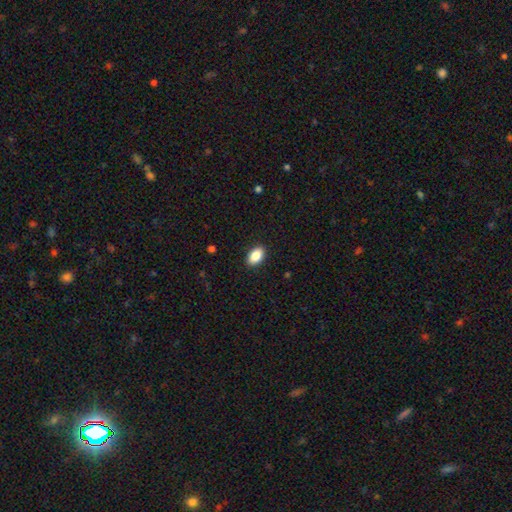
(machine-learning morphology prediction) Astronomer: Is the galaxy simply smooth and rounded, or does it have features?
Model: smooth — 88%.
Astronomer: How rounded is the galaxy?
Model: in between — 92%.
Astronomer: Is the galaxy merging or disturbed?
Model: none — 89%.